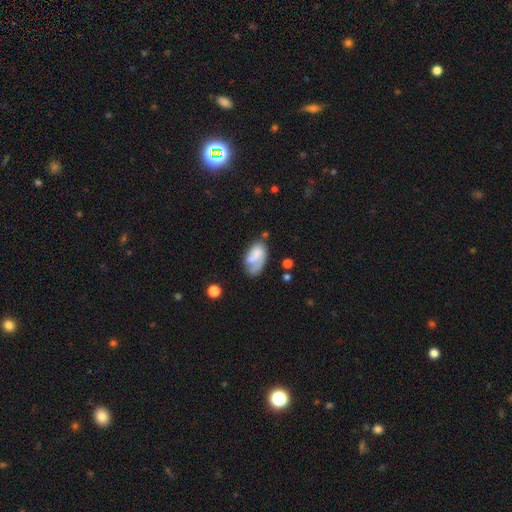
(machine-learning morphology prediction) This is likely a smooth galaxy (61%). How rounded: clearly in between (92%). Merging: marginally none (42%).